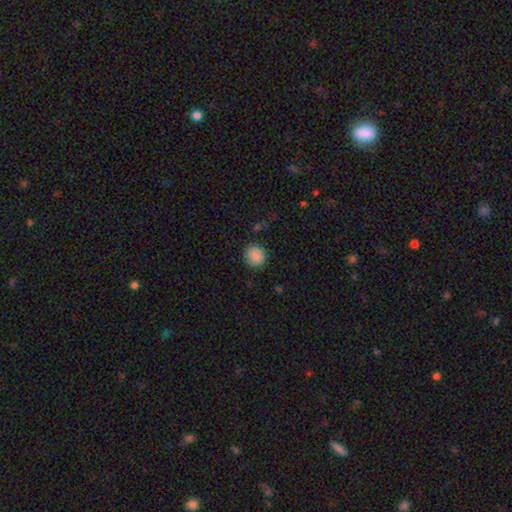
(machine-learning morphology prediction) Smooth or featured: smooth — 88% (star or artifact — 8%)
How rounded: round — 84% (in between — 15%)
Merging: none — 87% (minor disturbance — 9%)